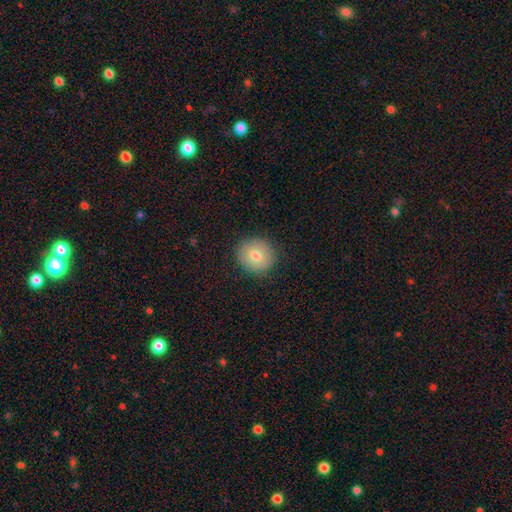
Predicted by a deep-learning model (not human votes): A smooth galaxy with no disk features (74%) that is round (87%).

Vote fractions:
- Smooth or featured? smooth: 74% / featured or disk: 17% / star or artifact: 9%
- How rounded? round: 87% / in between: 12% / cigar-shaped: 1%
- Merging? none: 88% / minor disturbance: 8% / major disturbance: 2% / merger: 1%